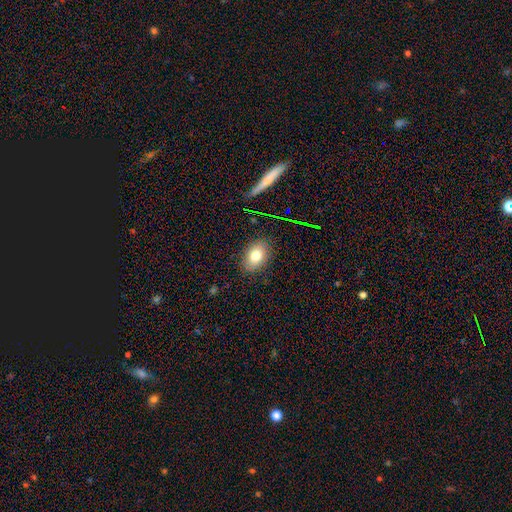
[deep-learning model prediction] smooth 77%, featured or disk 12%, star or artifact 11%. Down the decision tree: how rounded — in between (80%); merging — none (86%).